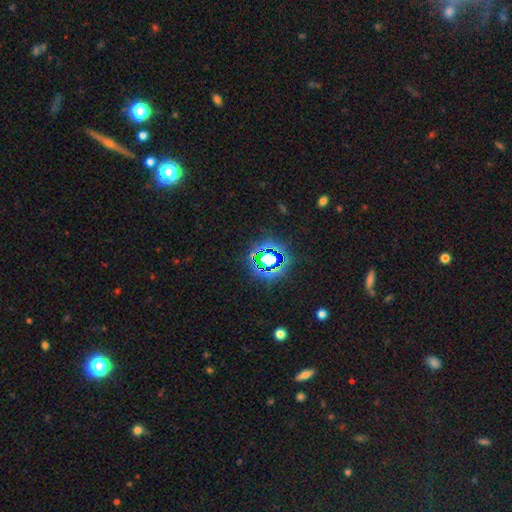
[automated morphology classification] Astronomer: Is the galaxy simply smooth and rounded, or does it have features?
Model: star or artifact — 76%.